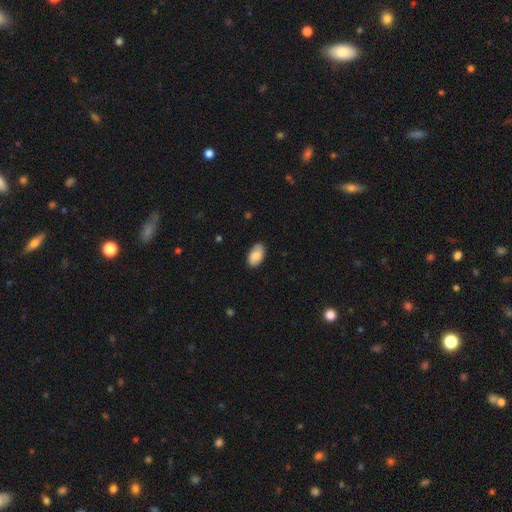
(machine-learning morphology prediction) A smooth galaxy with no disk features (76%) that is in between round and cigar-shaped (94%). Merging: none (84%).